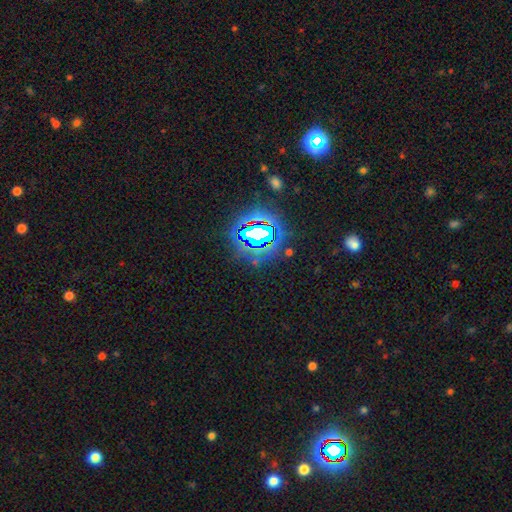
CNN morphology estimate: A star or artifact, not a galaxy (84%).